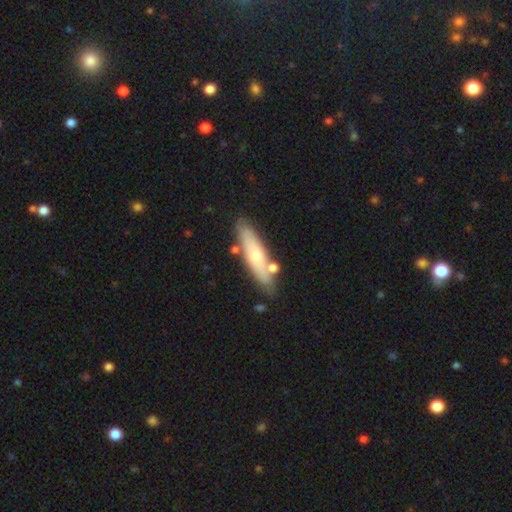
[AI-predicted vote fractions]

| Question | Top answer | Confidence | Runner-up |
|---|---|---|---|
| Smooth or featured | featured or disk | 51% | smooth (41%) |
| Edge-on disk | yes | 68% | no (32%) |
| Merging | none | 78% | minor disturbance (13%) |